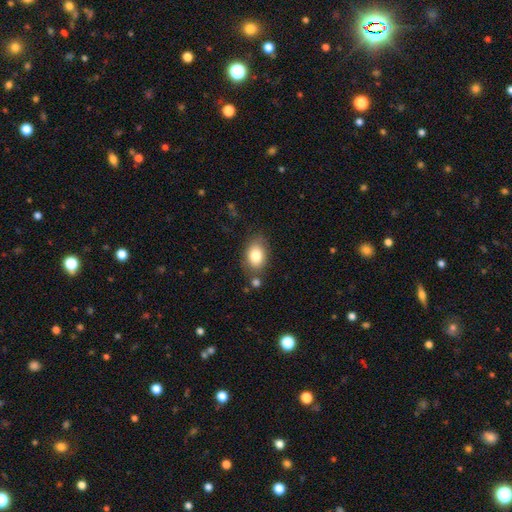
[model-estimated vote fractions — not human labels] A smooth galaxy with no disk features (81%) that is in between round and cigar-shaped (79%). Merging: none (71%).